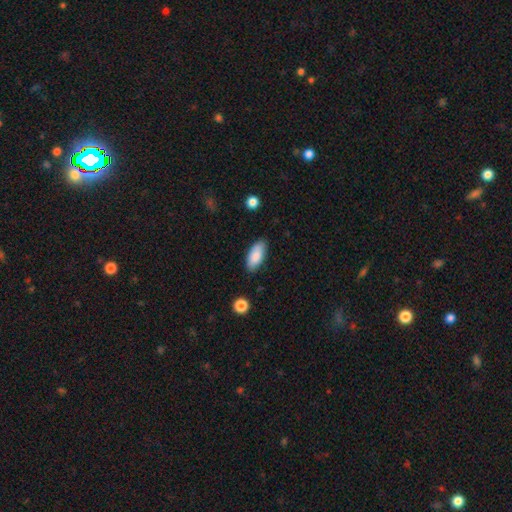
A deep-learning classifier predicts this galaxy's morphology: smooth_or_featured: smooth (p=0.86) [alt: featured or disk p=0.08]
how_rounded: in between (p=0.88) [alt: cigar-shaped p=0.11]
merging: none (p=0.83) [alt: minor disturbance p=0.13]